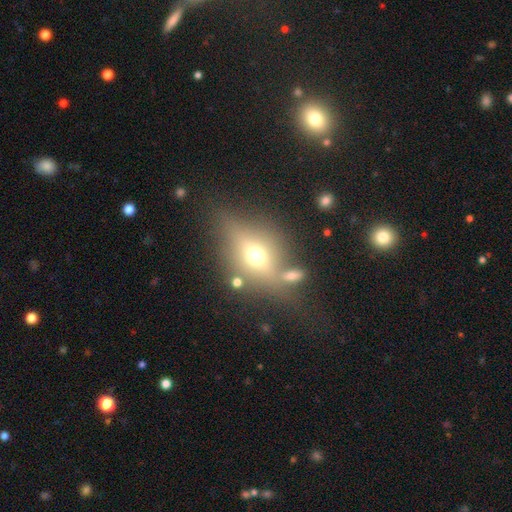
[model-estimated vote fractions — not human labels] A featured or disk galaxy (49%).

Vote fractions:
- Smooth or featured? featured or disk: 49% / smooth: 37% / star or artifact: 14%
- Merging? none: 64% / minor disturbance: 16% / merger: 11% / major disturbance: 9%